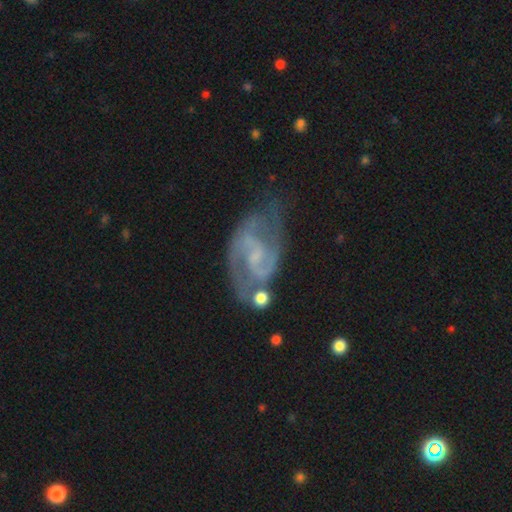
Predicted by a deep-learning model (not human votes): The model was most divided on "bar": weak: 54%, no: 31%, strong: 16%. More confident: edge-on disk — no (97%); spiral arms — yes (96%); smooth or featured — featured or disk (87%); spiral arm count — 2 (87%); merging — none (58%); spiral winding — medium (56%); bulge size — small (54%).